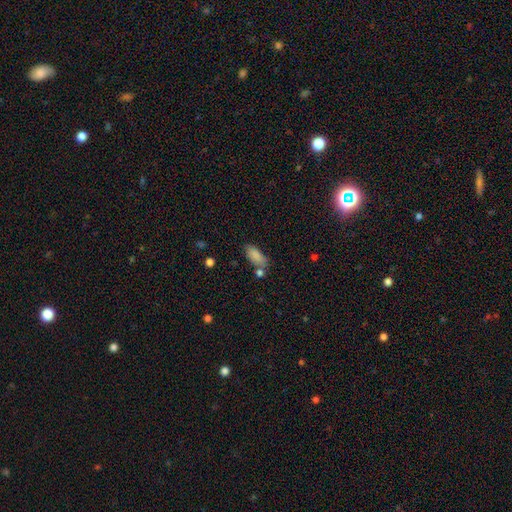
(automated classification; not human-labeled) Overall: smooth (85%). How rounded: in between (83%). Merging: none (64%).